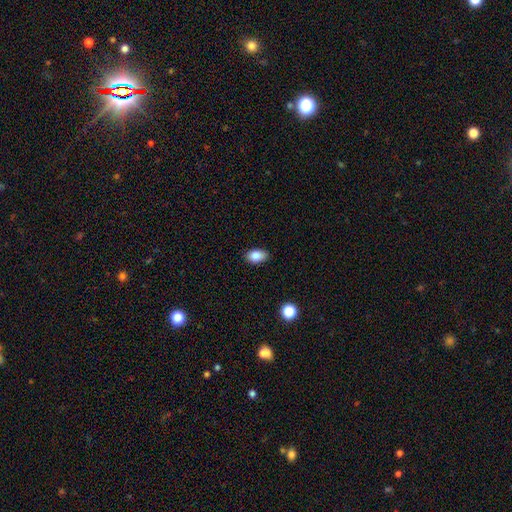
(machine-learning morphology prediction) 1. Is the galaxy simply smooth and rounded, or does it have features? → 85% smooth, 9% star or artifact, 6% featured or disk.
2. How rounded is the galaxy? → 87% in between, 11% round, 2% cigar-shaped.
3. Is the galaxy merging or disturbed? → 84% none, 13% minor disturbance, 2% major disturbance, 1% merger.